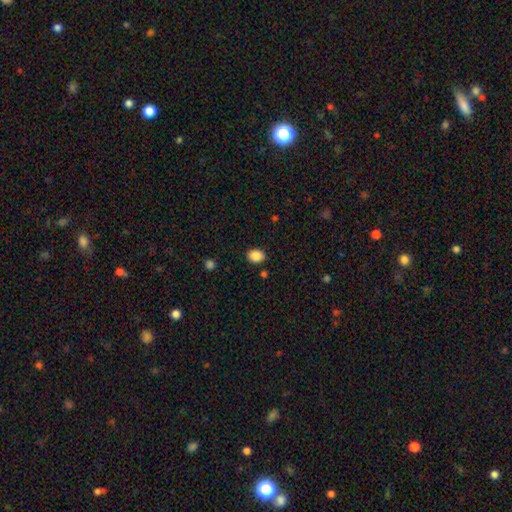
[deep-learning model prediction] Q: Smooth or featured?
A: smooth (88%); runner-up: star or artifact (9%)
Q: How rounded?
A: in between (53%); runner-up: round (46%)
Q: Merging?
A: none (87%); runner-up: minor disturbance (9%)